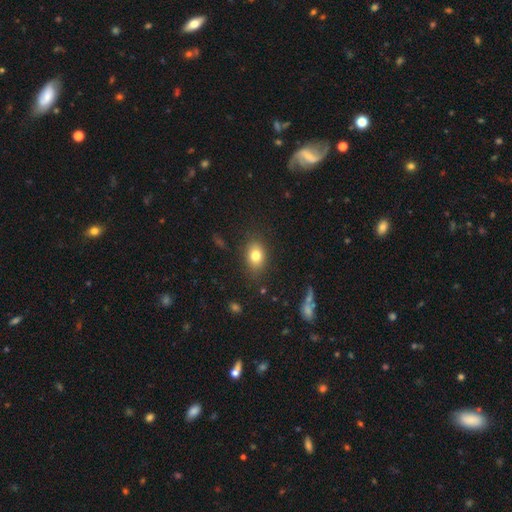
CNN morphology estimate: A smooth galaxy with no disk features (79%) that is in between round and cigar-shaped (70%).

Vote fractions:
- Smooth or featured? smooth: 79% / star or artifact: 11% / featured or disk: 10%
- How rounded? in between: 70% / round: 28% / cigar-shaped: 1%
- Merging? none: 82% / minor disturbance: 13% / major disturbance: 3% / merger: 1%